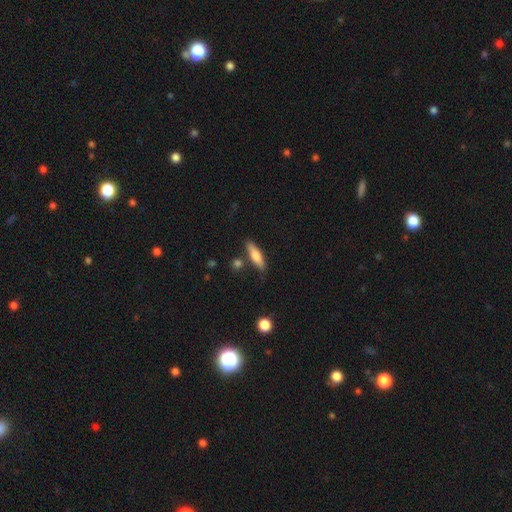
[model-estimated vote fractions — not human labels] The model was most divided on "how rounded": cigar-shaped: 67%, in between: 31%, round: 2%. More confident: merging — none (80%); smooth or featured — smooth (69%).